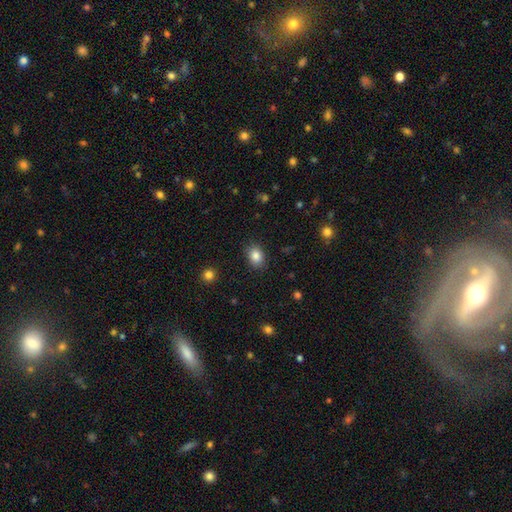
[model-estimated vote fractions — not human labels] Q: Smooth or featured?
A: smooth (85%); runner-up: star or artifact (9%)
Q: How rounded?
A: in between (58%); runner-up: round (41%)
Q: Merging?
A: none (87%); runner-up: minor disturbance (9%)